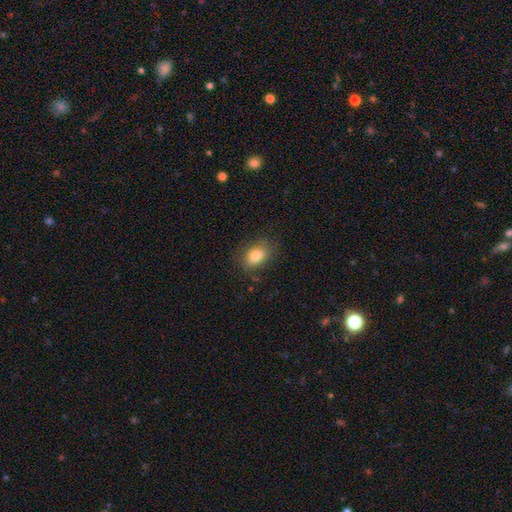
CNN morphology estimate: Q: Smooth or featured?
A: smooth (81%); runner-up: featured or disk (10%)
Q: How rounded?
A: in between (82%); runner-up: round (16%)
Q: Merging?
A: none (77%); runner-up: minor disturbance (16%)